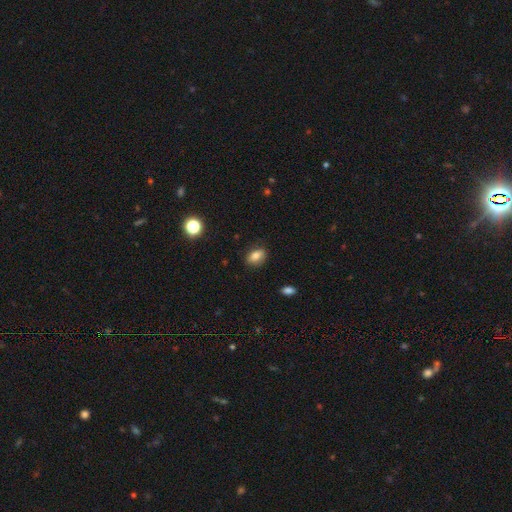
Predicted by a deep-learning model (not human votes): Smooth or featured: smooth — 77% (featured or disk — 12%)
How rounded: in between — 78% (round — 20%)
Merging: none — 82% (minor disturbance — 14%)